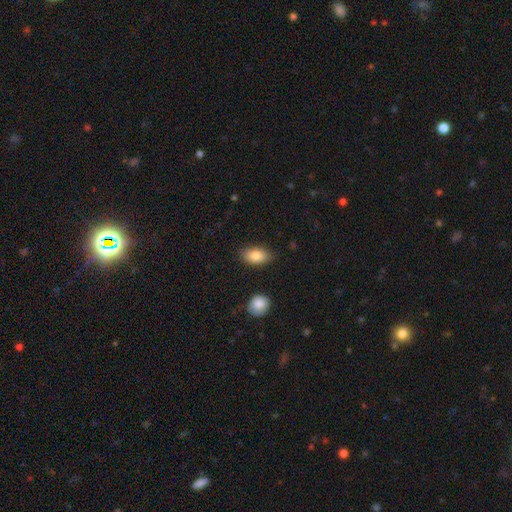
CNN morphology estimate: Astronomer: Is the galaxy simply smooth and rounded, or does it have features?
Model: smooth — 86%.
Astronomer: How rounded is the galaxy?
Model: in between — 91%.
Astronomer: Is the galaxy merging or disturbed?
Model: none — 83%.